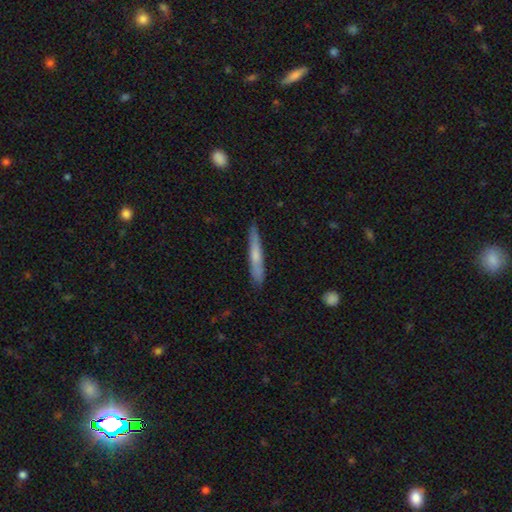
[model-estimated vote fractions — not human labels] This appears to be a smooth galaxy with no disk features (59%) that is cigar-shaped (95%). Merging: none (86%).